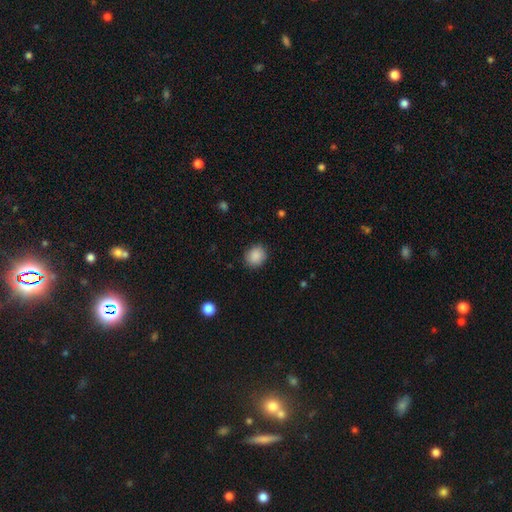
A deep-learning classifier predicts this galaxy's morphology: Overall: smooth (89%). How rounded: round (75%). Merging: none (87%).